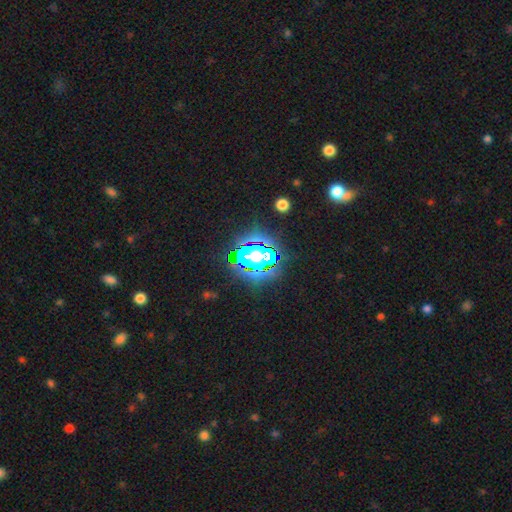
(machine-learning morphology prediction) type=star or artifact (61%).